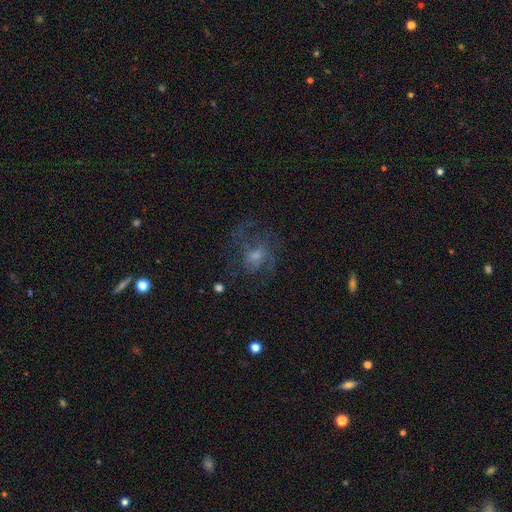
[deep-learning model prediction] featured or disk 65%, smooth 19%, star or artifact 16%. Down the decision tree: edge-on disk — no (97%); bar — no (62%); spiral arms — yes (82%); spiral arm count — can't tell (35%); spiral winding — medium (50%); bulge size — small (46%); merging — none (59%).